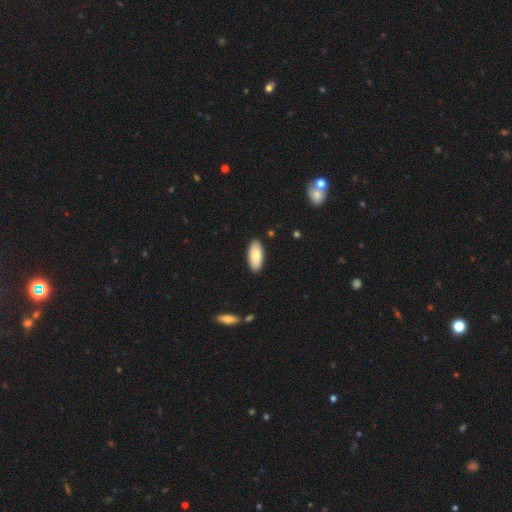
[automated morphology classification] Smooth or featured? Predicted: smooth (p=0.82). How rounded? Predicted: in between (p=0.89). Merging? Predicted: none (p=0.89).